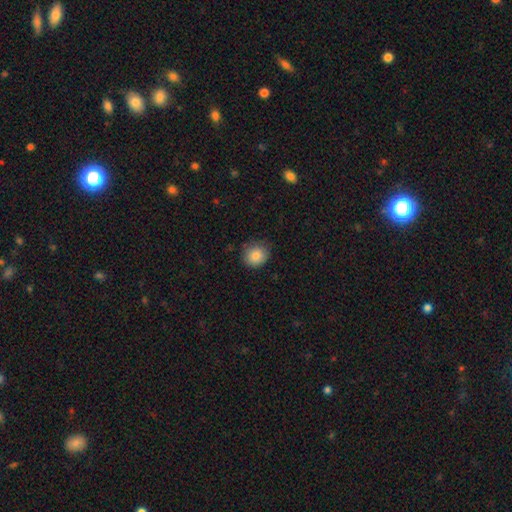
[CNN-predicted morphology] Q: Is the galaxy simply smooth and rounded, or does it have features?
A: smooth — 84%.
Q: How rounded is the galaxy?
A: round — 82%.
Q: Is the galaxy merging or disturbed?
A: none — 80%.